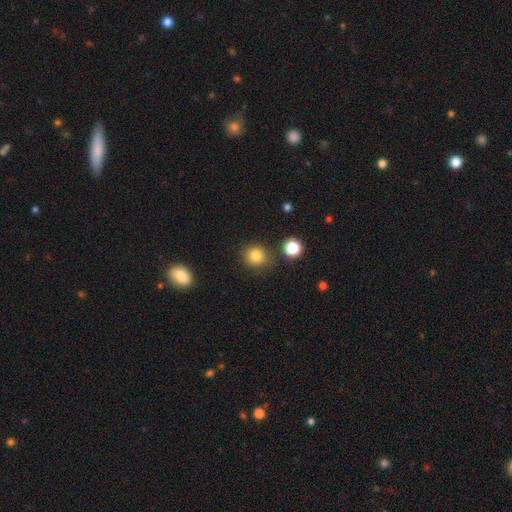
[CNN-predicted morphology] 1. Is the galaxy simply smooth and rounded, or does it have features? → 83% smooth, 12% star or artifact, 5% featured or disk.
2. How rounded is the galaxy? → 88% round, 11% in between, 1% cigar-shaped.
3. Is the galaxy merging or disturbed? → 83% none, 10% minor disturbance, 4% merger, 3% major disturbance.